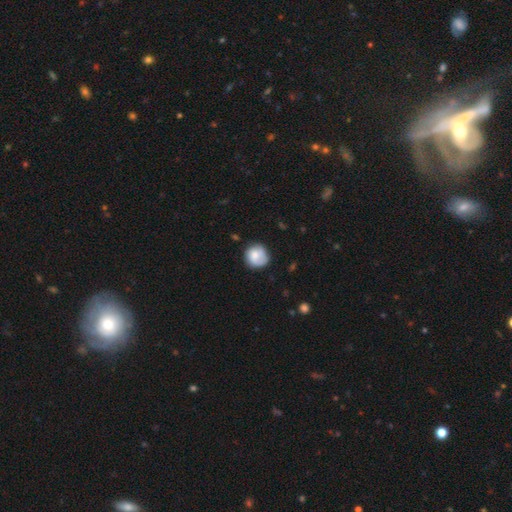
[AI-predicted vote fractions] Q: Smooth or featured?
A: smooth (75%); runner-up: featured or disk (18%)
Q: How rounded?
A: round (88%); runner-up: in between (11%)
Q: Merging?
A: none (68%); runner-up: minor disturbance (23%)